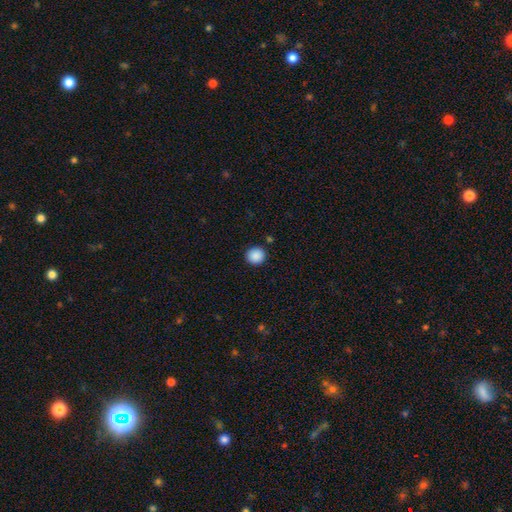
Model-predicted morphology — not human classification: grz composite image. It shows a smooth galaxy with no disk features (89%) that is round (93%). Merging: none (91%).